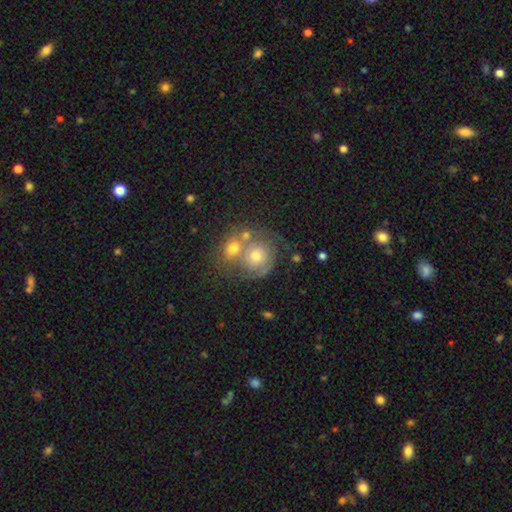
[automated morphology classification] The model was most divided on "merging": merger: 50%, none: 38%, minor disturbance: 7%, major disturbance: 5%. More confident: how rounded — round (78%); smooth or featured — smooth (53%).